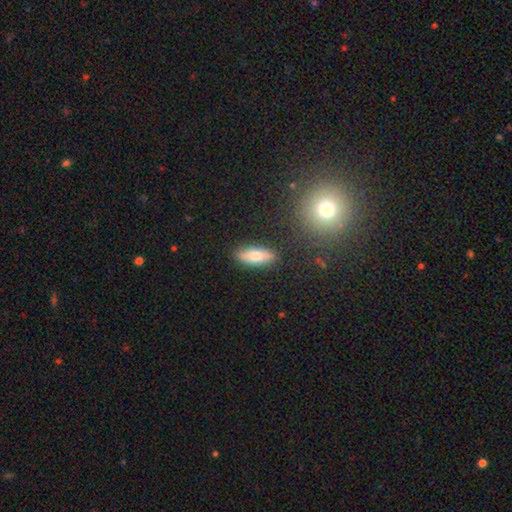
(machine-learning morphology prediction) Smooth or featured? smooth (72%)
How rounded? in between (71%)
Merging? none (86%)